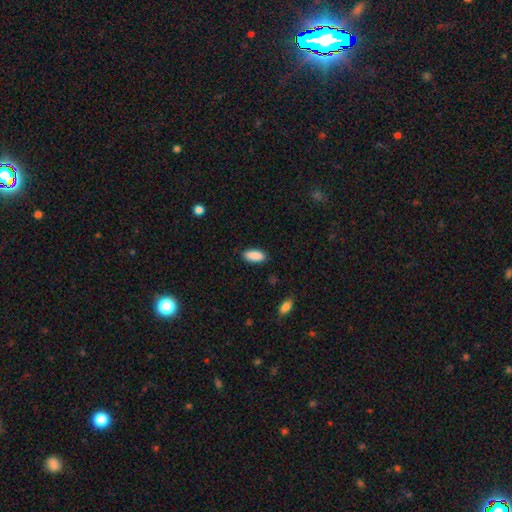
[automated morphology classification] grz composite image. It shows a smooth galaxy with no disk features (90%) that is in between round and cigar-shaped (86%). Merging: none (87%).